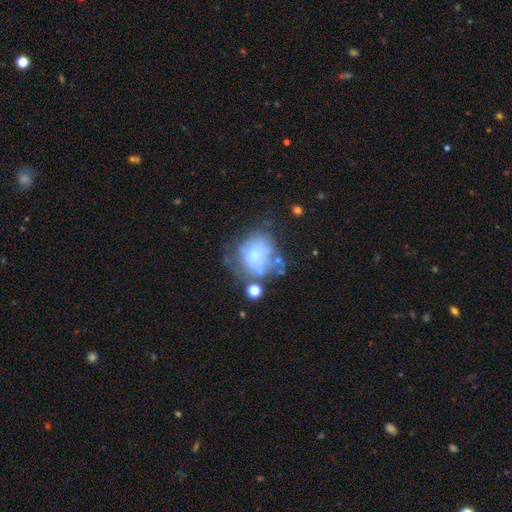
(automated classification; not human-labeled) smooth-or-featured: smooth: 52% | featured or disk: 36% | star or artifact: 11%
  how-rounded: round: 66% | in between: 33% | cigar-shaped: 1%
  merging: none: 37% | major disturbance: 26% | minor disturbance: 26% | merger: 12%